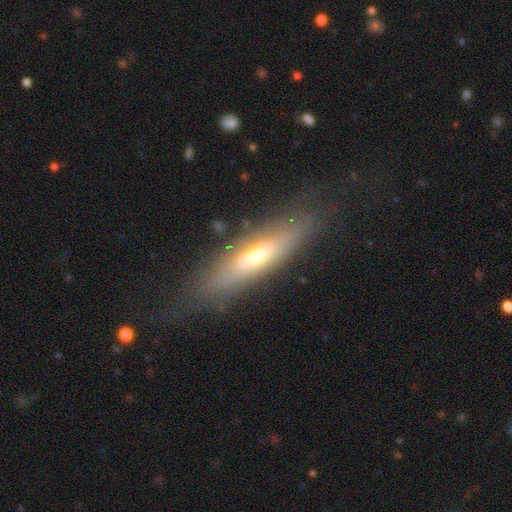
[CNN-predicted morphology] This is possibly a smooth galaxy (46%, tied with featured or disk). Merging: likely none (76%).